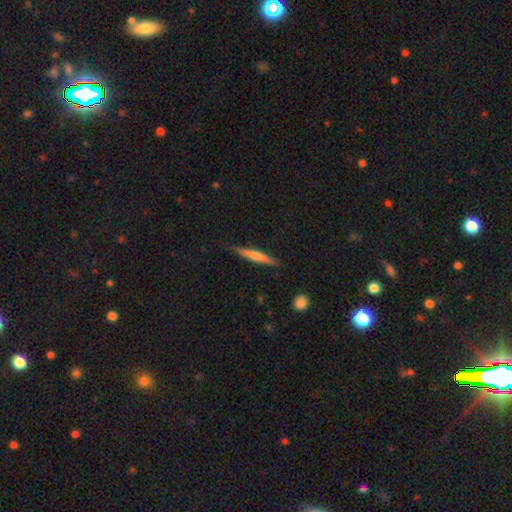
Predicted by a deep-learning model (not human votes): Smooth or featured? Predicted: featured or disk (p=0.52). Edge-on disk? Predicted: yes (p=0.97). Edge-on bulge? Predicted: rounded (p=0.61). Merging? Predicted: none (p=0.86).